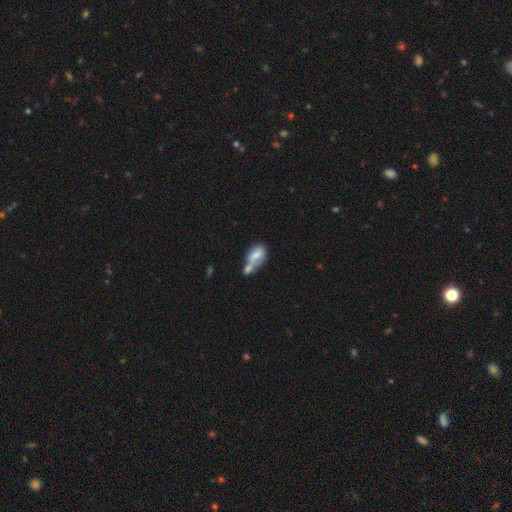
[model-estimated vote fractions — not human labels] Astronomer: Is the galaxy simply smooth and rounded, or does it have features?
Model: smooth — 66%.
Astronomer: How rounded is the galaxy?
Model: in between — 85%.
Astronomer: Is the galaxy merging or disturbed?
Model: merger — 60%.